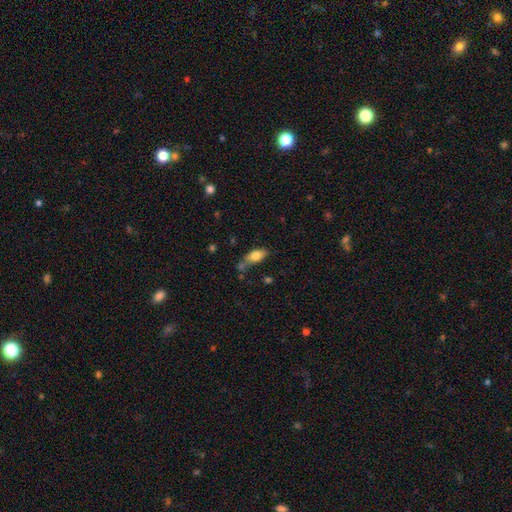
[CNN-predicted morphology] Overall: smooth (75%). How rounded: in between (82%). Merging: none (50%; minor disturbance 24%).